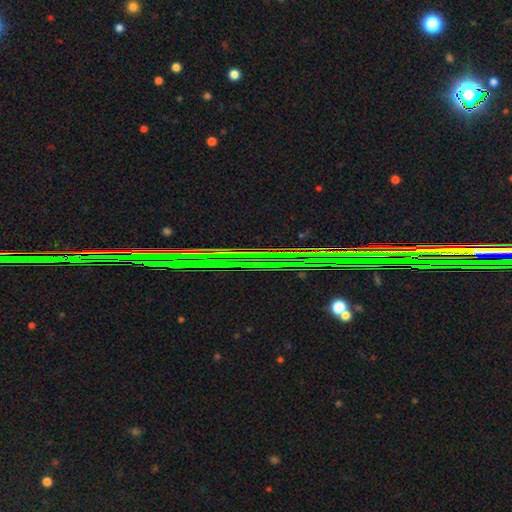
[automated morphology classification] Smooth or featured? star or artifact (86%)